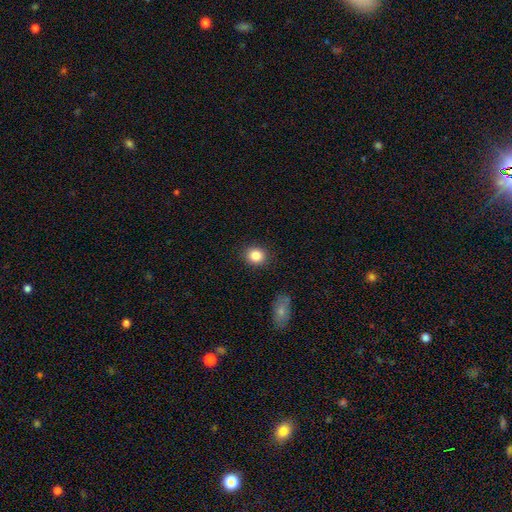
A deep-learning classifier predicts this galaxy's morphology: The model was most divided on "how rounded": round: 75%, in between: 24%, cigar-shaped: 1%. More confident: merging — none (89%); smooth or featured — smooth (84%).